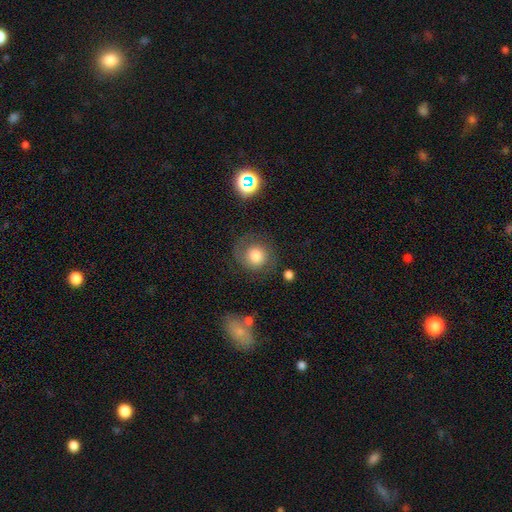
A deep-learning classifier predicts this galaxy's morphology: Smooth or featured? smooth (60%)
How rounded? round (83%)
Merging? none (66%)